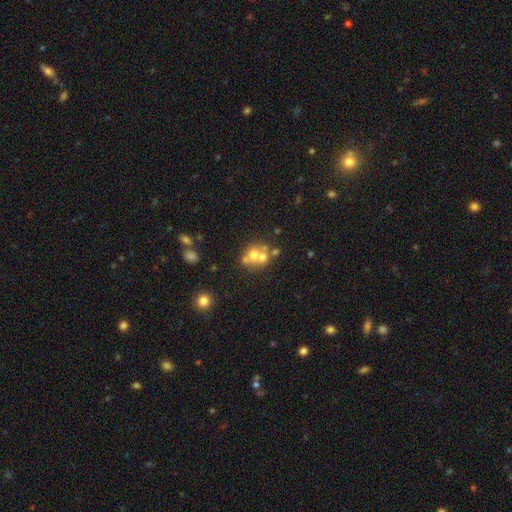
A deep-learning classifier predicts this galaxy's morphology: smooth_or_featured: smooth (p=0.54) [alt: featured or disk p=0.31]
how_rounded: round (p=0.76) [alt: in between p=0.23]
merging: merger (p=0.48) [alt: none p=0.39]